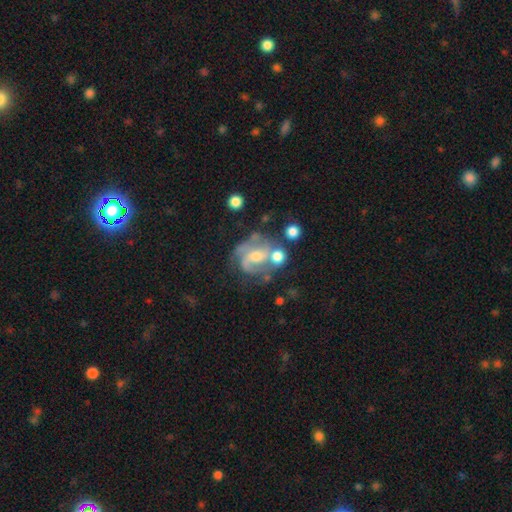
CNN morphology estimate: A featured or disk galaxy (79%) with no bar (46%), 2 (51%) medium (48%) spiral arms (90%) and a moderate central bulge (54%).

Vote fractions:
- Smooth or featured? featured or disk: 79% / smooth: 12% / star or artifact: 9%
- Edge-on disk? no: 98% / yes: 2%
- Bar? no: 46% / weak: 41% / strong: 14%
- Spiral arms? yes: 90% / no: 10%
- Spiral winding? medium: 48% / tight: 34% / loose: 17%
- Spiral arm count? 2: 51% / 3: 18% / can't tell: 17% / 1: 7% / 4: 3% / more than 4: 3%
- Bulge size? moderate: 54% / small: 37% / none: 4% / large: 4% / dominant: 1%
- Merging? none: 48% / minor disturbance: 20% / major disturbance: 16% / merger: 16%